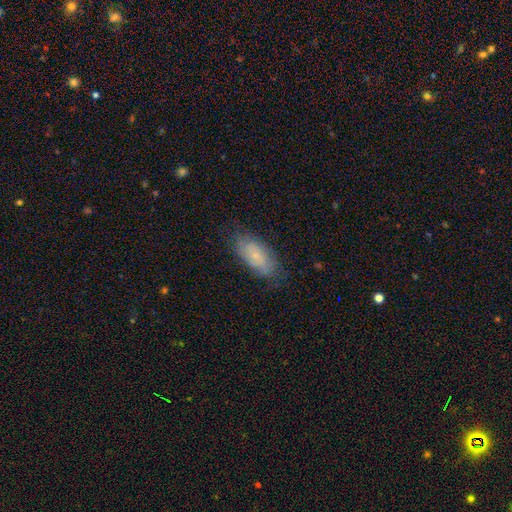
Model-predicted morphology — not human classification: The model was most divided on "smooth or featured": smooth: 62%, featured or disk: 30%, star or artifact: 8%. More confident: how rounded — in between (88%); merging — none (74%).